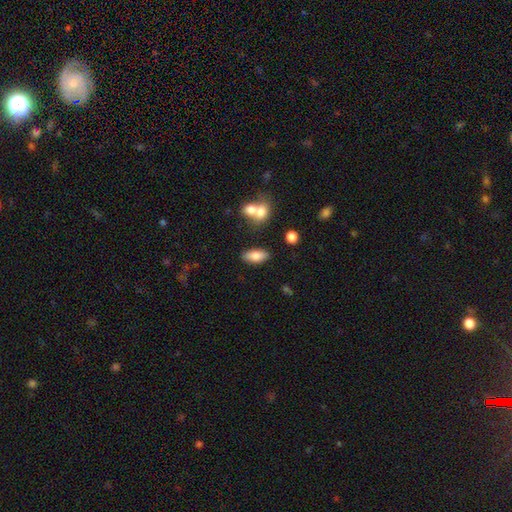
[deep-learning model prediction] Smooth or featured: smooth — 80% (featured or disk — 12%)
How rounded: in between — 84% (cigar-shaped — 13%)
Merging: none — 80% (minor disturbance — 11%)